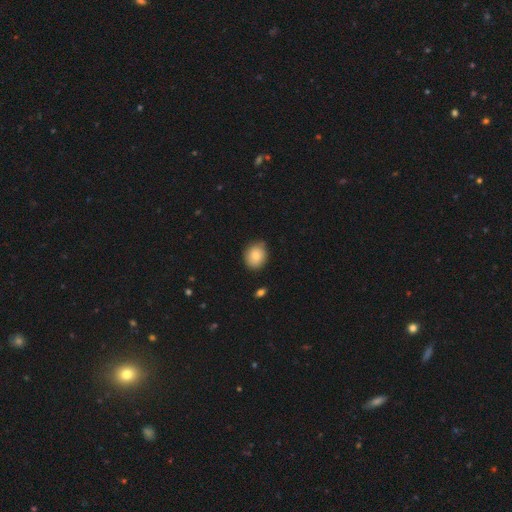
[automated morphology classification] A smooth galaxy with no disk features (82%) that is round (70%). Merging: none (78%).